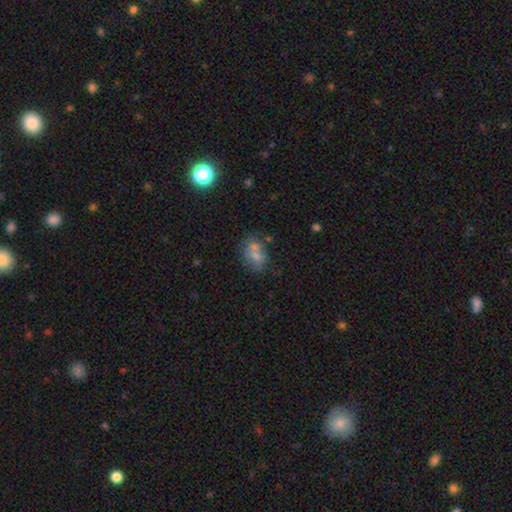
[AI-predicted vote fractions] This is possibly a smooth galaxy (56%). How rounded: possibly in between (58%). Merging: marginally none (44%).